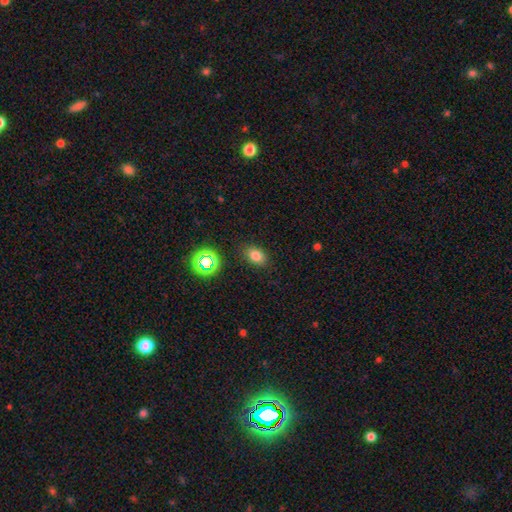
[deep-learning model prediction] This appears to be a smooth galaxy with no disk features (77%) that is in between round and cigar-shaped (78%). Merging: none (84%).